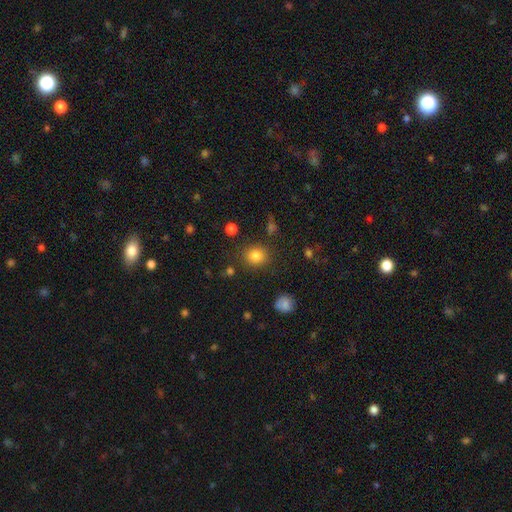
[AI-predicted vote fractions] smooth_or_featured: smooth (p=0.82) [alt: star or artifact p=0.12]
how_rounded: round (p=0.79) [alt: in between p=0.20]
merging: none (p=0.85) [alt: minor disturbance p=0.09]